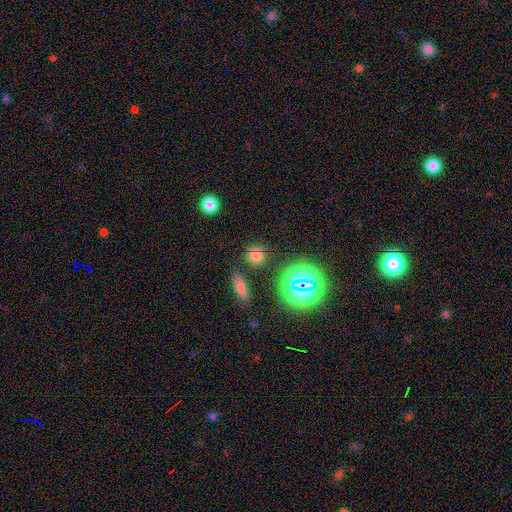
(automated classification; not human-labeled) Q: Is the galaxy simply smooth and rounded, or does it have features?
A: smooth — 63%.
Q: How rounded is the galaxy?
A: round — 82%.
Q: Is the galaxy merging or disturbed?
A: none — 81%.